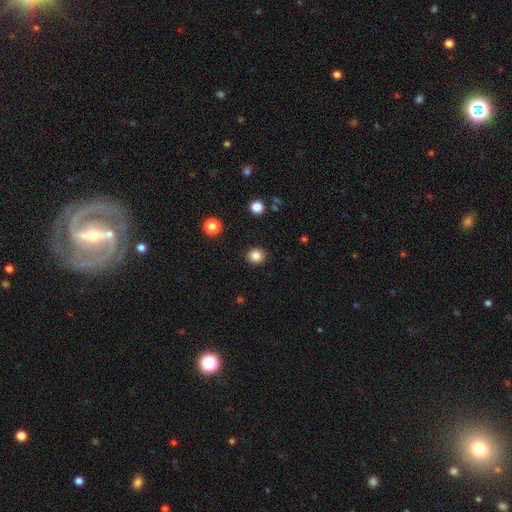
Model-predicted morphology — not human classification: smooth-or-featured: smooth: 85% | star or artifact: 11% | featured or disk: 4%
  how-rounded: round: 86% | in between: 13% | cigar-shaped: 1%
  merging: none: 91% | minor disturbance: 6% | major disturbance: 2% | merger: 1%